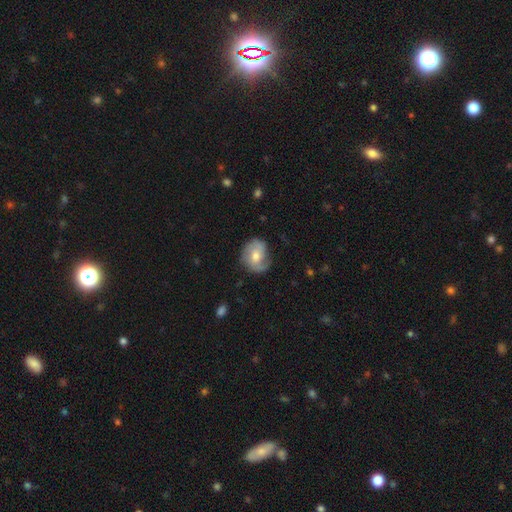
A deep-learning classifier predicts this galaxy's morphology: type=featured or disk (58%); edge-on=no (97%); bar=no (64%); spiral arms=yes (84%); bulge=moderate (67%); merging=none (65%).